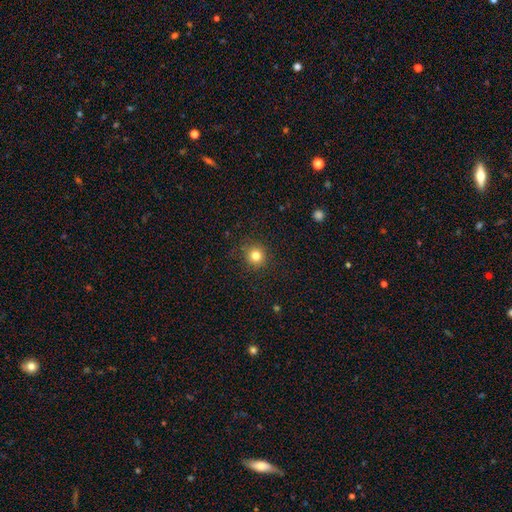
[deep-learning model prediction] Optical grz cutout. It shows a smooth galaxy with no disk features (81%) that is round (92%). Merging: none (89%).